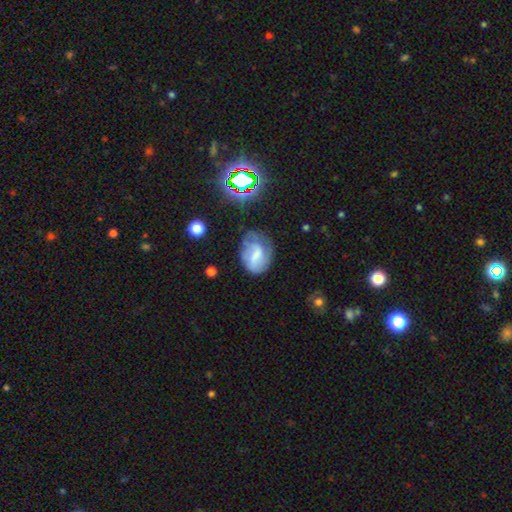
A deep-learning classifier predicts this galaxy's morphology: type=featured or disk (49%); merging=none (41%).